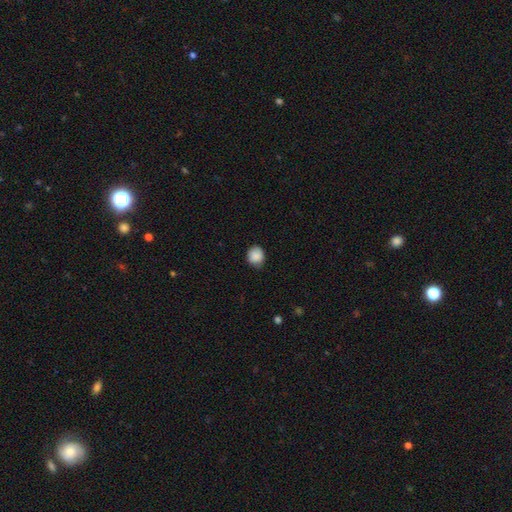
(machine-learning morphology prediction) This appears to be a smooth galaxy with no disk features (88%) that is round (83%). Merging: none (81%).